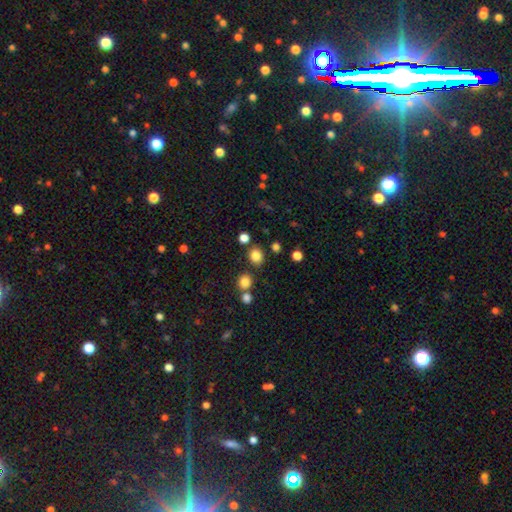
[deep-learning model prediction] smooth-or-featured: smooth: 82% | star or artifact: 13% | featured or disk: 5%
  how-rounded: round: 73% | in between: 26% | cigar-shaped: 1%
  merging: none: 81% | minor disturbance: 9% | merger: 7% | major disturbance: 3%